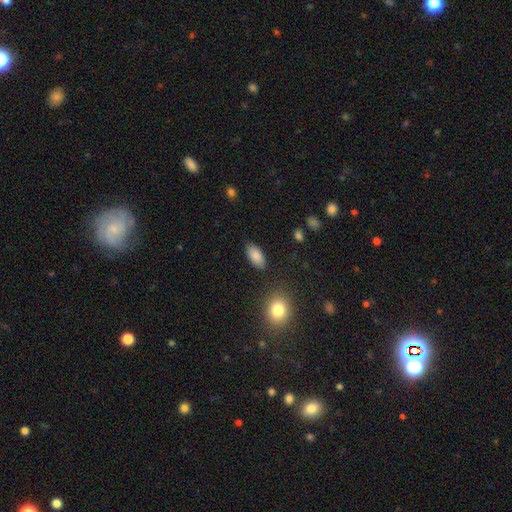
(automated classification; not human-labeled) This is clearly a smooth galaxy (87%). How rounded: clearly in between (92%). Merging: clearly none (85%).